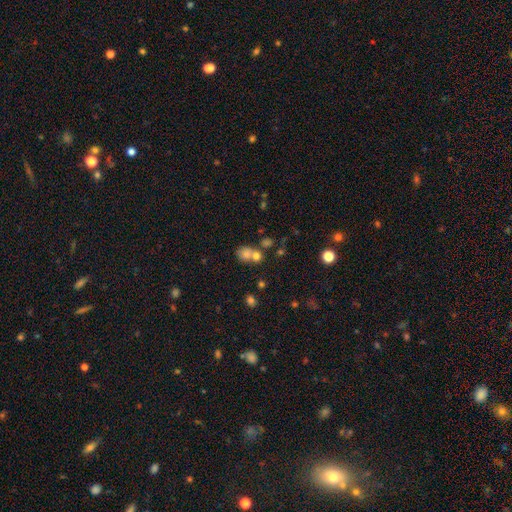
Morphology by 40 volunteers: A smooth galaxy with no disk features (78%) that is round (87%).

Vote fractions:
- Smooth or featured? smooth: 78% / star or artifact: 12% / featured or disk: 10%
- How rounded? round: 87% / in between: 13% / cigar-shaped: 0%
- Merging? merger: 49% / none: 43% / minor disturbance: 9% / major disturbance: 0%